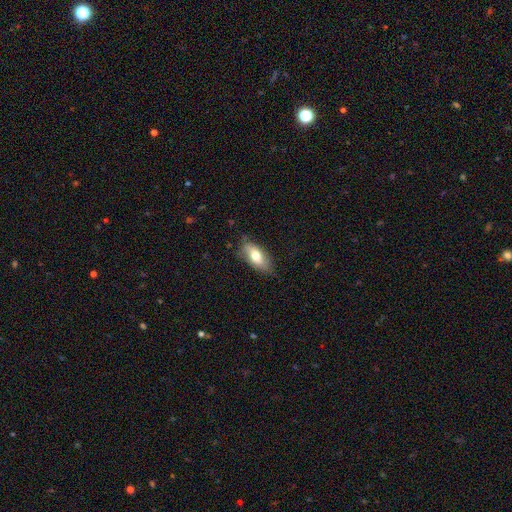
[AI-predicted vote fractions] Smooth or featured? smooth (69%)
How rounded? in between (87%)
Merging? none (71%)